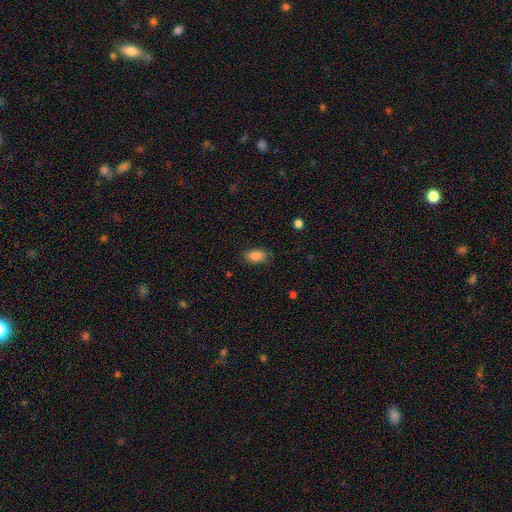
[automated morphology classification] Smooth or featured?
  - smooth: 87% *
  - star or artifact: 8%
  - featured or disk: 5%
How rounded?
  - in between: 90% *
  - round: 6%
  - cigar-shaped: 3%
Merging?
  - none: 83% *
  - minor disturbance: 13%
  - major disturbance: 3%
  - merger: 1%